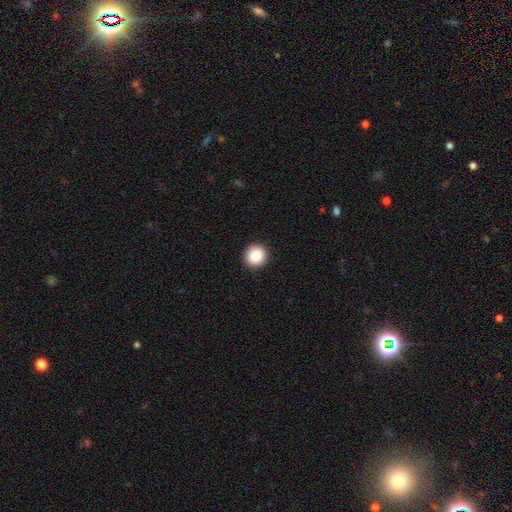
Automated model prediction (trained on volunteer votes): Smooth or featured: smooth — 85% (star or artifact — 9%)
How rounded: round — 94% (in between — 5%)
Merging: none — 93% (minor disturbance — 4%)